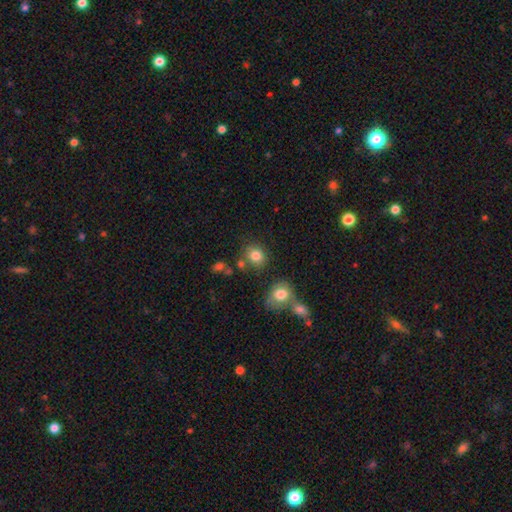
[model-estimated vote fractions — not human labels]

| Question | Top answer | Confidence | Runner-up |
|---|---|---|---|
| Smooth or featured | smooth | 81% | star or artifact (11%) |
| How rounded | round | 75% | in between (24%) |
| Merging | none | 72% | merger (12%) |